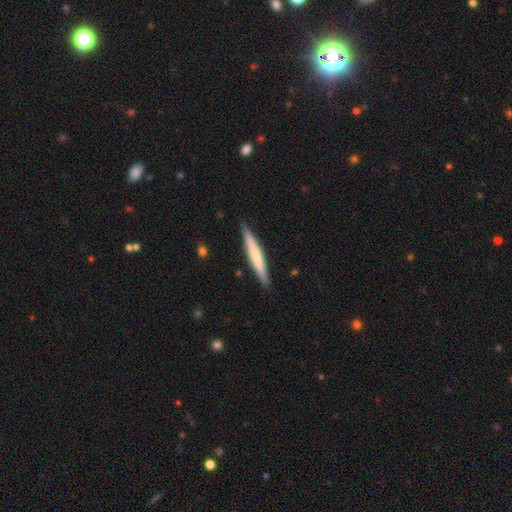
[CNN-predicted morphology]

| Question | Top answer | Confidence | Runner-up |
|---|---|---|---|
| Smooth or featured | smooth | 53% | featured or disk (42%) |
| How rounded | cigar-shaped | 95% | in between (3%) |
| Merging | none | 89% | minor disturbance (8%) |